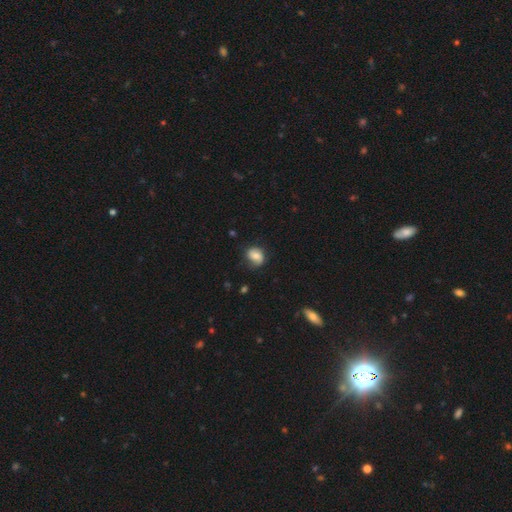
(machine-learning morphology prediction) This appears to be a smooth galaxy with no disk features (61%) that is round (52%). Merging: none (67%).